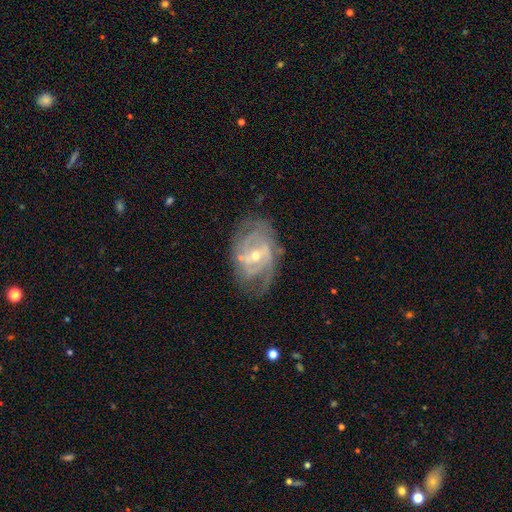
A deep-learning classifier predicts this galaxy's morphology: This appears to be a featured or disk galaxy (85%) with a weak bar (46%), 2 (44%) tight (47%) spiral arms (91%) and a small central bulge (55%). Merging: none (66%).